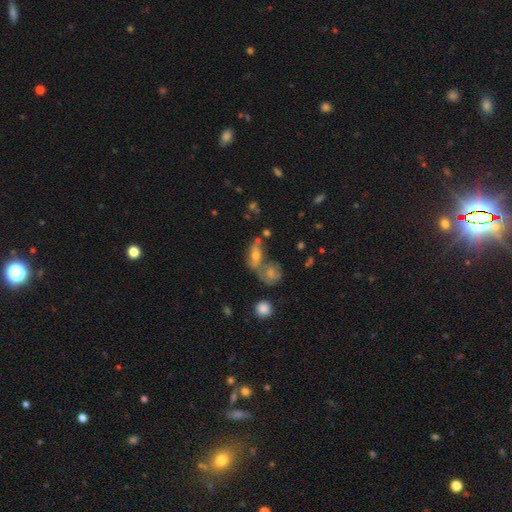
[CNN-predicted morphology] This appears to be a smooth galaxy with no disk features (50%). Merging: merger (39%).